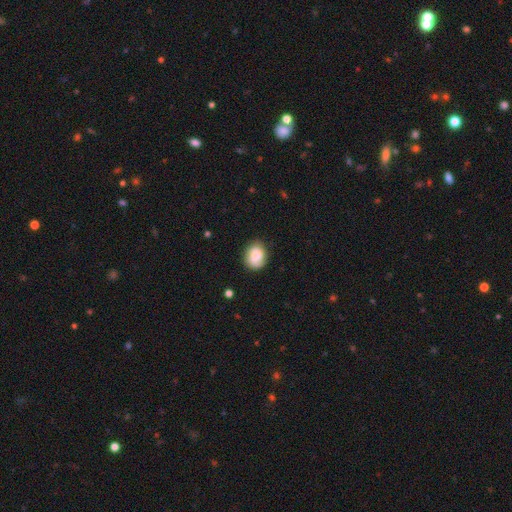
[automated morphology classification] Smooth or featured? smooth (70%)
How rounded? round (52%)
Merging? none (73%)